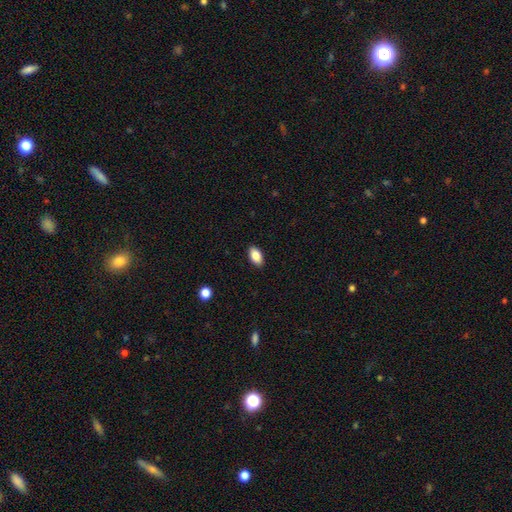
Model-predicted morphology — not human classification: Smooth or featured: smooth — 86% (star or artifact — 8%)
How rounded: in between — 93% (round — 5%)
Merging: none — 90% (minor disturbance — 8%)